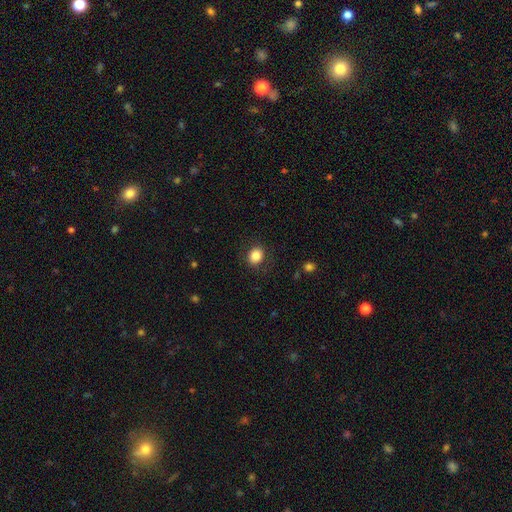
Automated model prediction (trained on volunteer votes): A smooth galaxy with no disk features (85%) that is round (65%). Merging: none (87%).